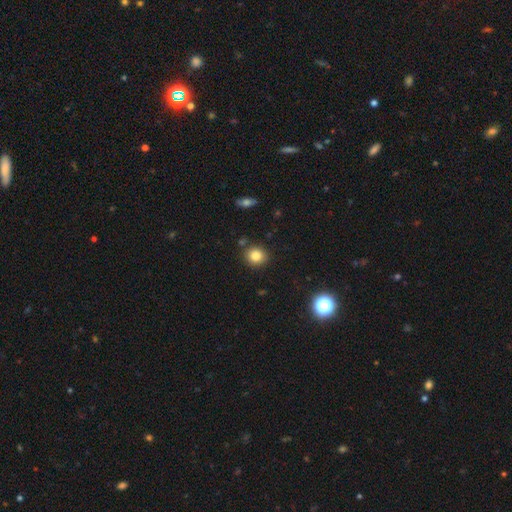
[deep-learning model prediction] Smooth or featured? smooth (83%)
How rounded? round (82%)
Merging? none (86%)